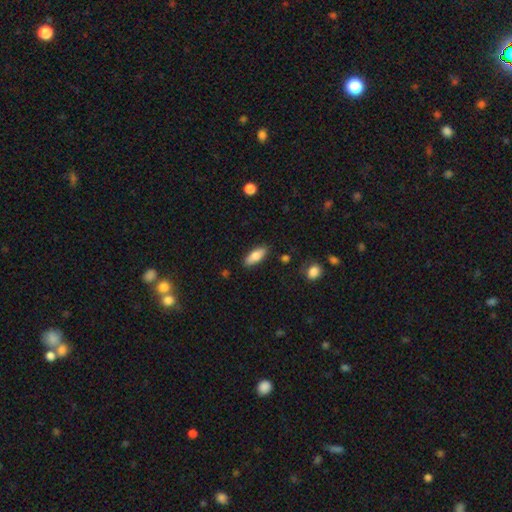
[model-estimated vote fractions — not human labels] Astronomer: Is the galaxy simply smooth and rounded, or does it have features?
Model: smooth — 78%.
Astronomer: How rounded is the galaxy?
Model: in between — 78%.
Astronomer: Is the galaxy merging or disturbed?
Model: none — 84%.